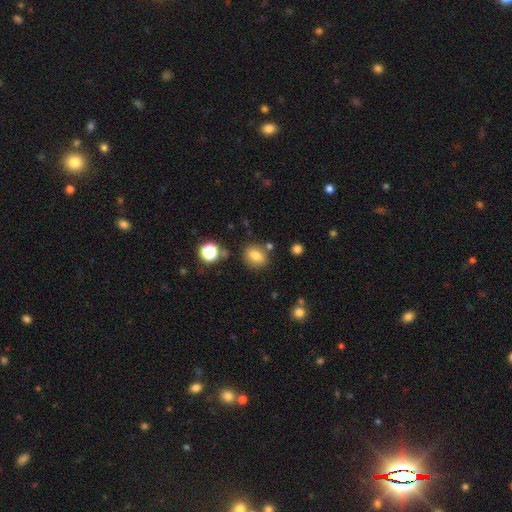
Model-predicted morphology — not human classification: A smooth galaxy with no disk features (77%) that is round (52%). Merging: none (79%).